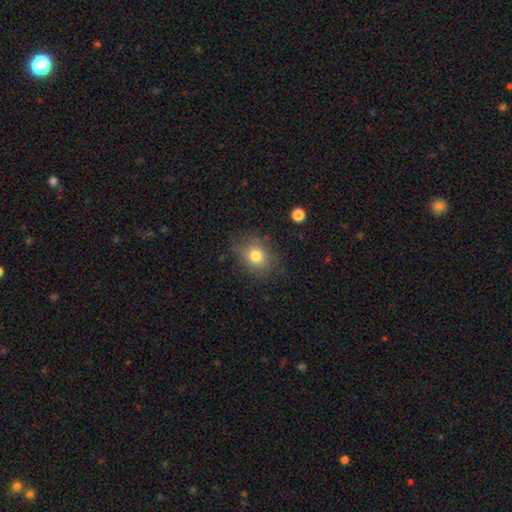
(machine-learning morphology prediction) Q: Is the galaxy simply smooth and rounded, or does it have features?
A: smooth — 78%.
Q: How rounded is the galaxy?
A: round — 52%.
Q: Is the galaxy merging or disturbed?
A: none — 76%.